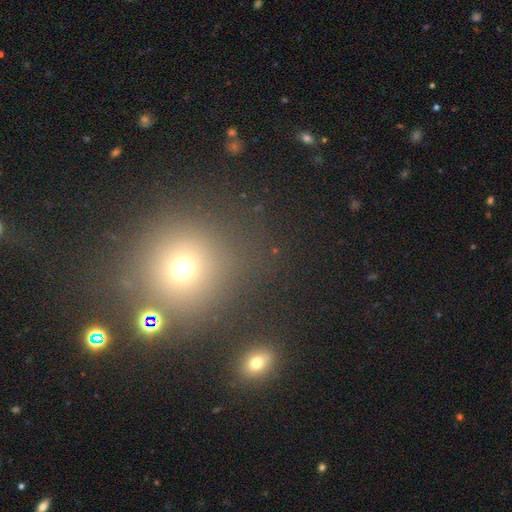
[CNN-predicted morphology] Smooth or featured: smooth — 55% (star or artifact — 35%)
How rounded: round — 90% (in between — 9%)
Merging: none — 78% (minor disturbance — 9%)